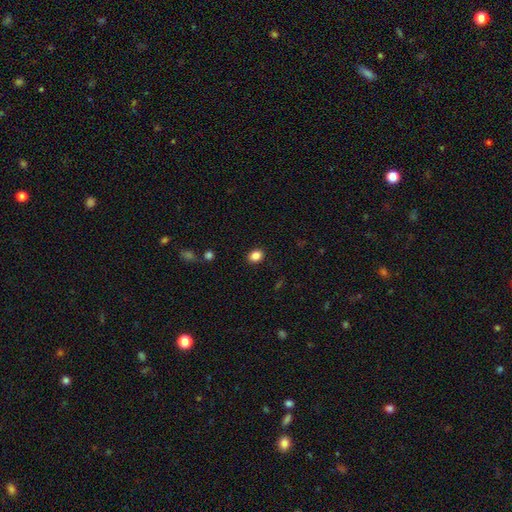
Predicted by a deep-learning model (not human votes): Smooth or featured?
  - smooth: 86% *
  - star or artifact: 10%
  - featured or disk: 5%
How rounded?
  - in between: 55% *
  - round: 44%
  - cigar-shaped: 1%
Merging?
  - none: 89% *
  - minor disturbance: 7%
  - major disturbance: 2%
  - merger: 1%